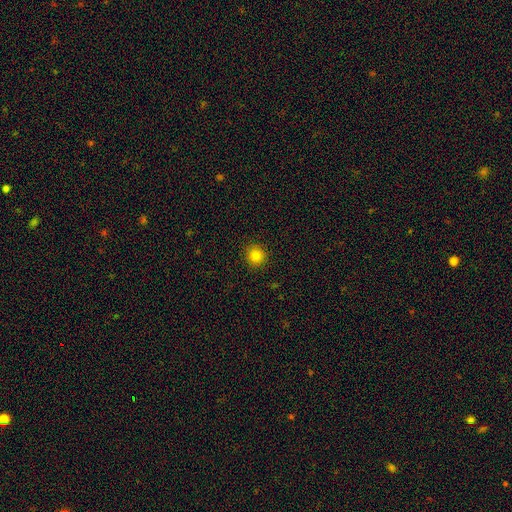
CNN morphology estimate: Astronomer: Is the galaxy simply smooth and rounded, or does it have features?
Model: smooth — 82%.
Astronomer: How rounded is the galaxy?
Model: round — 94%.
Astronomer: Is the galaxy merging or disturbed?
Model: none — 92%.